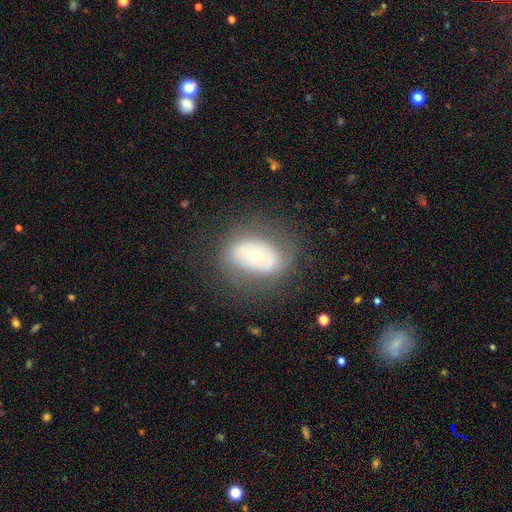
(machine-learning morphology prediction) smooth_or_featured: featured or disk (p=0.50) [alt: smooth p=0.41]
disk_edge_on: no (p=0.92) [alt: yes p=0.08]
merging: none (p=0.71) [alt: minor disturbance p=0.17]